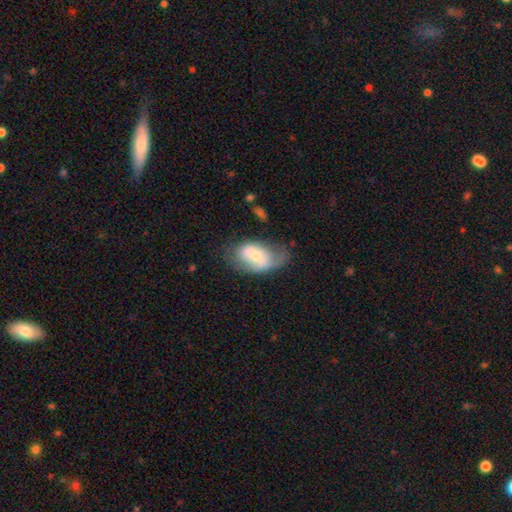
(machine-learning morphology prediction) Smooth or featured? smooth (51%)
How rounded? in between (86%)
Merging? none (40%)